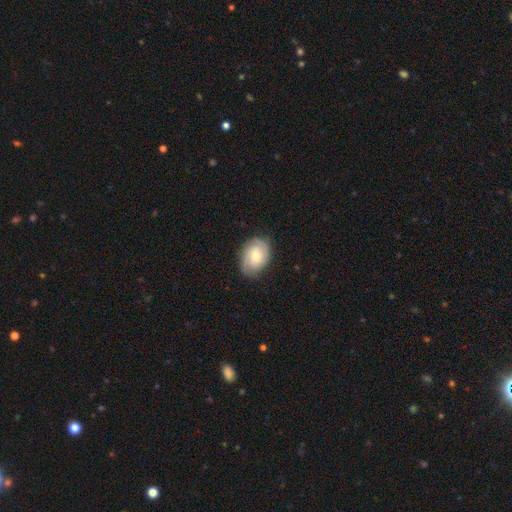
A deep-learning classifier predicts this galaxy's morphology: smooth-or-featured: featured or disk: 61% | smooth: 33% | star or artifact: 6%
  disk-edge-on: no: 97% | yes: 3%
    bar: no: 67% | weak: 29% | strong: 5%
    has-spiral-arms: yes: 88% | no: 12%
      spiral-winding: tight: 58% | medium: 32% | loose: 10%
      spiral-arm-count: 2: 42% | can't tell: 27% | 3: 19% | 1: 5% | 4: 4% | more than 4: 3%
    bulge-size: moderate: 58% | small: 36% | large: 4% | none: 1% | dominant: 1%
  merging: none: 78% | minor disturbance: 17% | major disturbance: 4% | merger: 1%